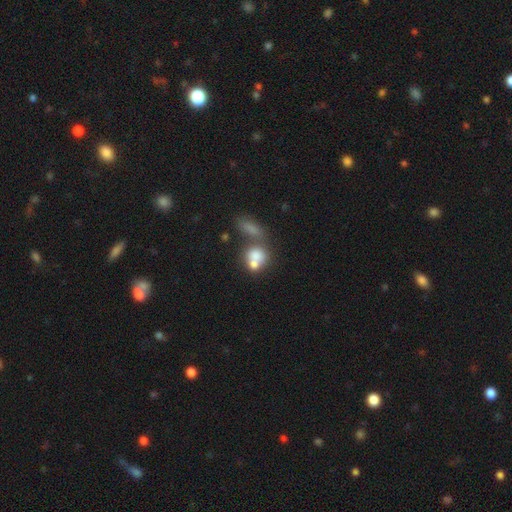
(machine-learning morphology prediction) type=smooth (71%); roundness=round (56%); merging=merger (60%).